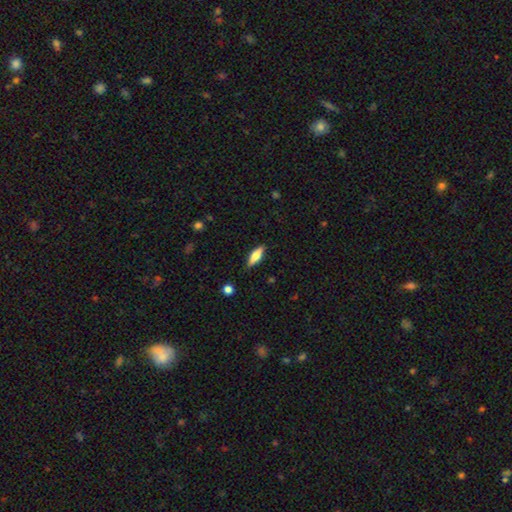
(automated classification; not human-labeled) Smooth or featured? Predicted: smooth (p=0.62). How rounded? Predicted: cigar-shaped (p=0.51). Merging? Predicted: none (p=0.87).